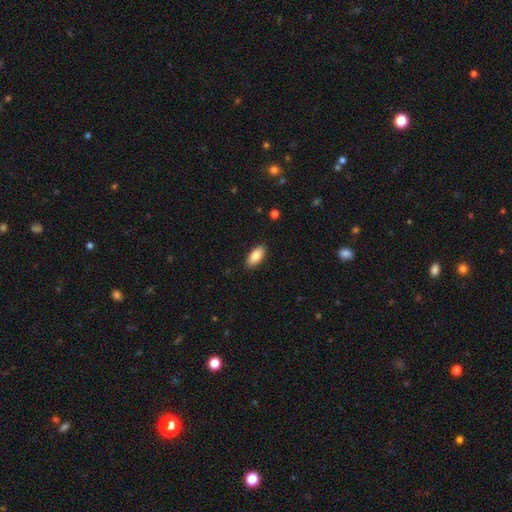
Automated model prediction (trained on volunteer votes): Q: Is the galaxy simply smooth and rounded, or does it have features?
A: smooth — 84%.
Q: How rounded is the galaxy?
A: in between — 90%.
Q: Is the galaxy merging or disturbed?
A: none — 89%.